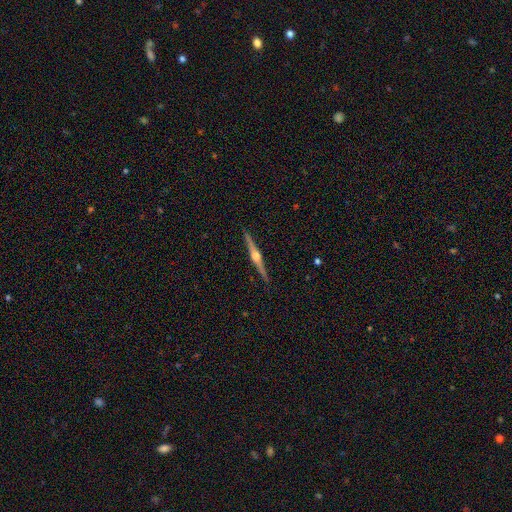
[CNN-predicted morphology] This appears to be a featured or disk galaxy (85%) viewed edge-on (99%) with a rounded central bulge (94%). Merging: none (92%).